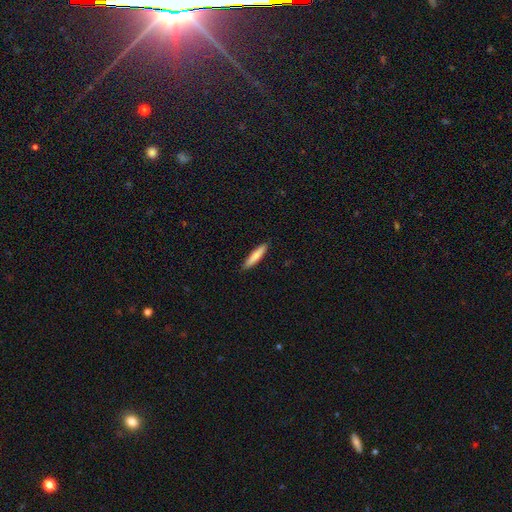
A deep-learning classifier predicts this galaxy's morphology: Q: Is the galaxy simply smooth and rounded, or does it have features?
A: smooth — 80%.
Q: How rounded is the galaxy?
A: cigar-shaped — 86%.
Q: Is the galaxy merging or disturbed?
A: none — 90%.